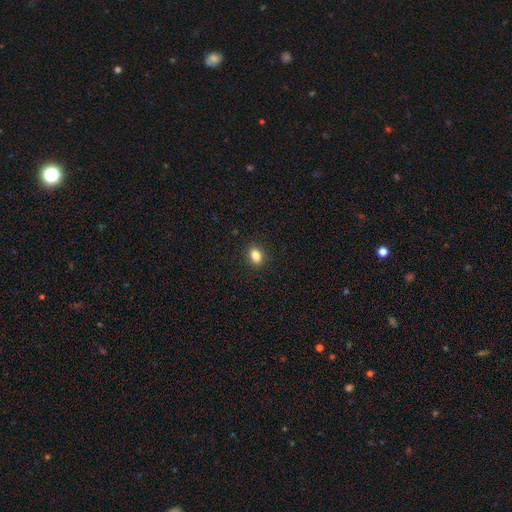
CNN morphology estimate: Smooth or featured?
  - smooth: 84% *
  - star or artifact: 10%
  - featured or disk: 6%
How rounded?
  - in between: 68% *
  - round: 31%
  - cigar-shaped: 1%
Merging?
  - none: 90% *
  - minor disturbance: 7%
  - major disturbance: 2%
  - merger: 1%